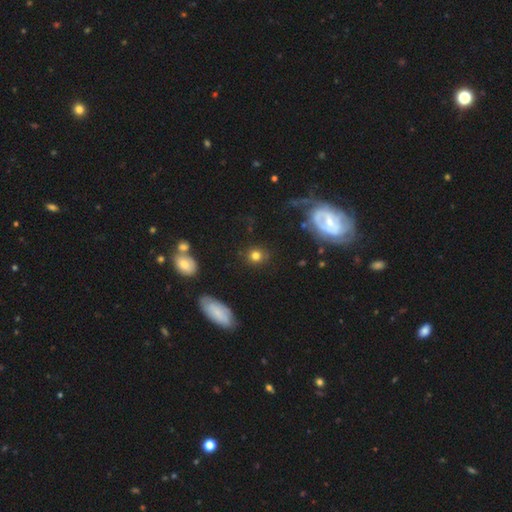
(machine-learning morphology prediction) smooth_or_featured: smooth (p=0.75) [alt: star or artifact p=0.14]
how_rounded: round (p=0.86) [alt: in between p=0.12]
merging: none (p=0.83) [alt: minor disturbance p=0.10]